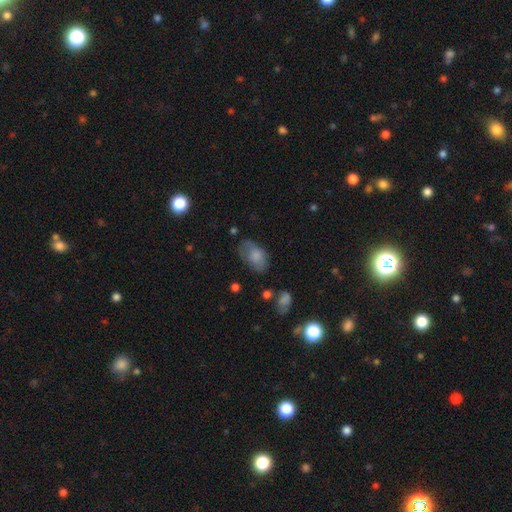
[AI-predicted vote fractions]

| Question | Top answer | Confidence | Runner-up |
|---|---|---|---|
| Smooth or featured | smooth | 71% | featured or disk (21%) |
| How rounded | in between | 90% | round (8%) |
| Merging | none | 58% | minor disturbance (26%) |